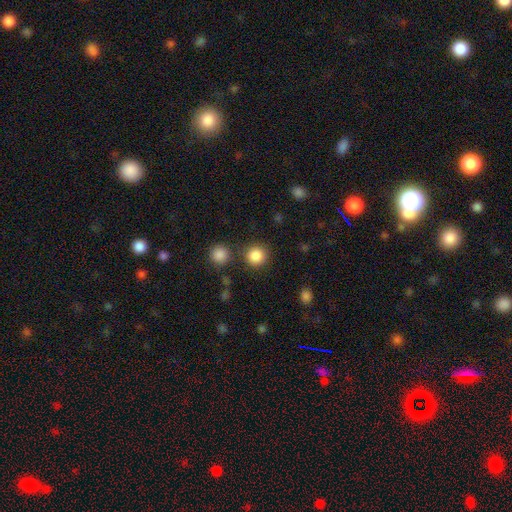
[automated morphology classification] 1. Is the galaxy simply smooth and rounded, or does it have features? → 86% smooth, 10% star or artifact, 4% featured or disk.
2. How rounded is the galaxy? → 94% round, 5% in between, 1% cigar-shaped.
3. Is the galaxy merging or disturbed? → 85% none, 7% minor disturbance, 6% merger, 3% major disturbance.